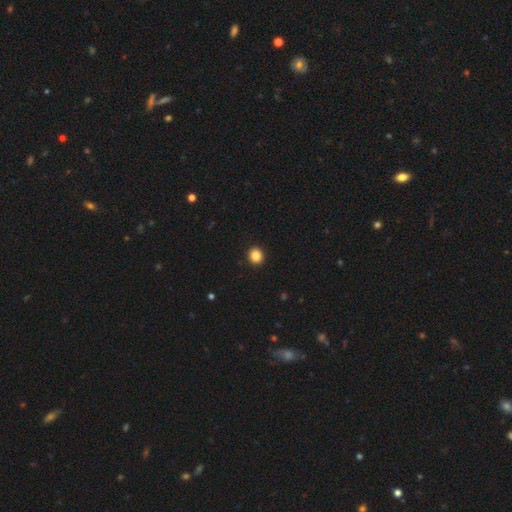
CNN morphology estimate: type=smooth (87%); roundness=round (78%); merging=none (93%).